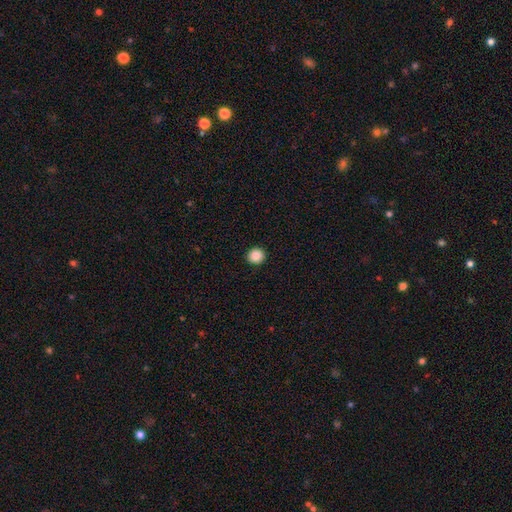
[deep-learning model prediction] Morphology: type=smooth (87%); roundness=round (94%); merging=none (94%).